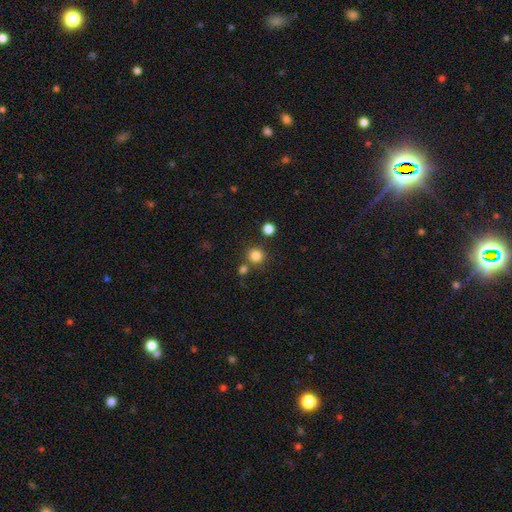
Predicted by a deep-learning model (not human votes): Smooth or featured?
  - smooth: 83% *
  - star or artifact: 13%
  - featured or disk: 4%
How rounded?
  - round: 93% *
  - in between: 6%
  - cigar-shaped: 1%
Merging?
  - none: 78% *
  - merger: 12%
  - minor disturbance: 7%
  - major disturbance: 3%